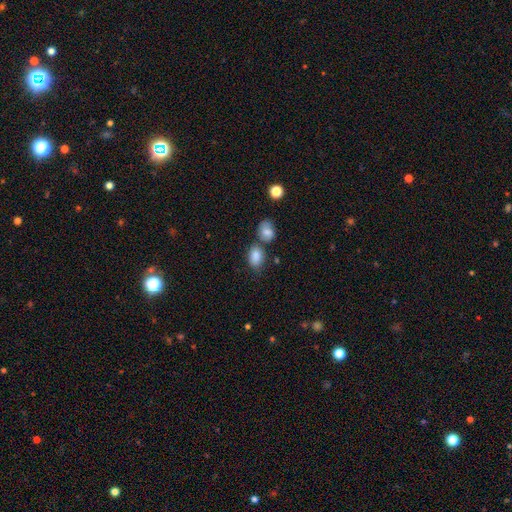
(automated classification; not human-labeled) A smooth galaxy with no disk features (84%) that is in between round and cigar-shaped (76%). Merging: none (54%).